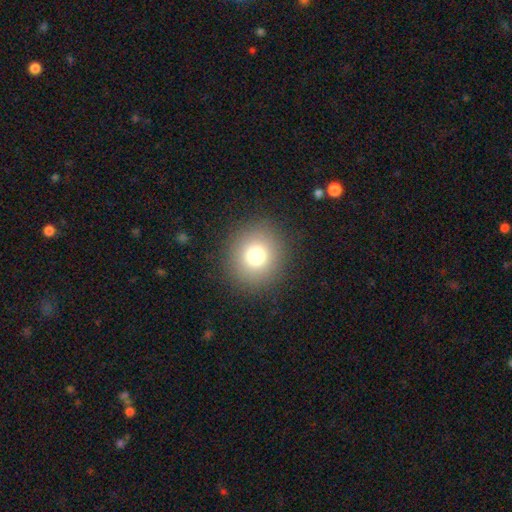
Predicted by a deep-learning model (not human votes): The model was most divided on "smooth or featured": smooth: 76%, star or artifact: 14%, featured or disk: 10%. More confident: merging — none (90%); how rounded — round (88%).